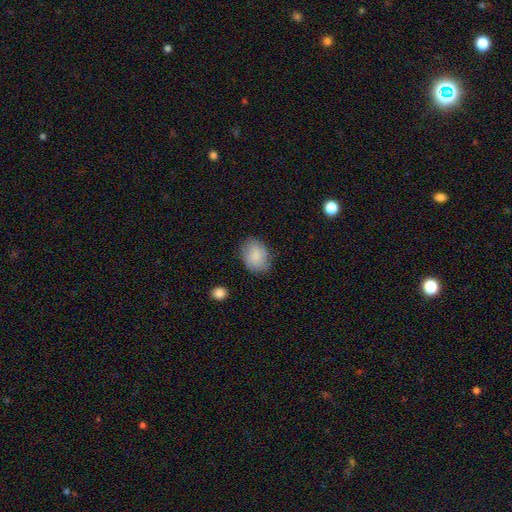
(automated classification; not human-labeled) This is likely a smooth galaxy (78%). How rounded: likely in between (67%). Merging: likely none (79%).